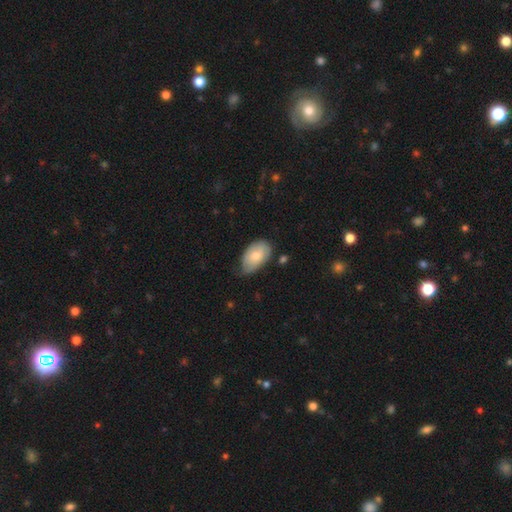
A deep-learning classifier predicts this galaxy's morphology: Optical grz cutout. It shows a smooth galaxy with no disk features (71%) that is in between round and cigar-shaped (93%). Merging: none (51%).